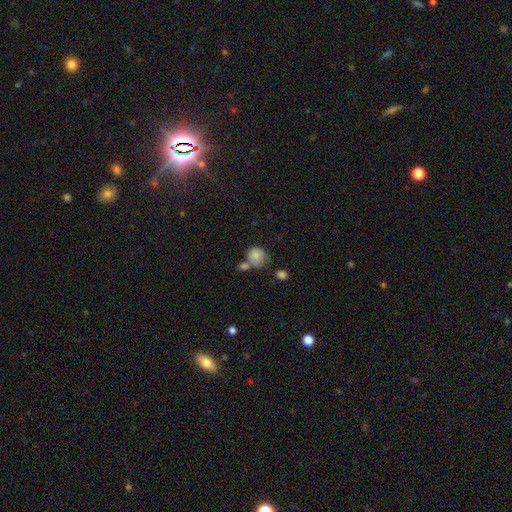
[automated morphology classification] smooth_or_featured: smooth (p=0.80) [alt: featured or disk p=0.12]
how_rounded: round (p=0.78) [alt: in between p=0.21]
merging: none (p=0.42) [alt: merger p=0.30]